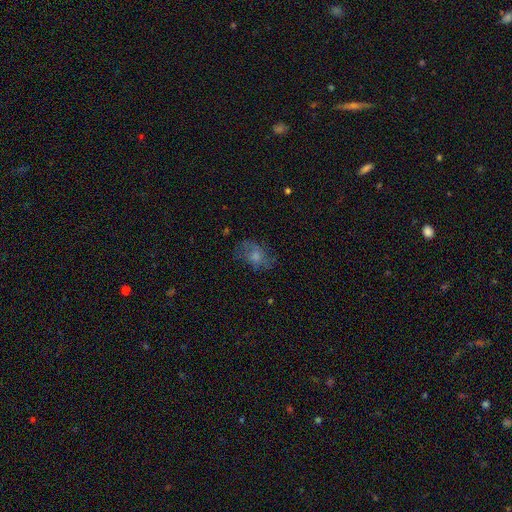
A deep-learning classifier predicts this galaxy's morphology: smooth-or-featured: smooth: 55% | featured or disk: 33% | star or artifact: 12%
  how-rounded: in between: 78% | round: 20% | cigar-shaped: 2%
  merging: none: 56% | minor disturbance: 23% | major disturbance: 19% | merger: 2%